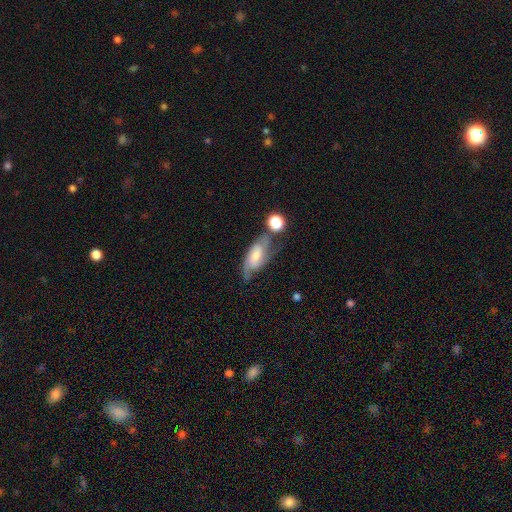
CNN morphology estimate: This is likely a featured or disk galaxy (65%). It is clearly not viewed edge-on (91%). Bar: possibly no (53%). Spiral arm pattern: clearly yes (91%). Spiral arm count: likely 2 (68%). Spiral winding: possibly medium (45%). Central bulge: marginally small (37%). Merging: marginally none (45%).